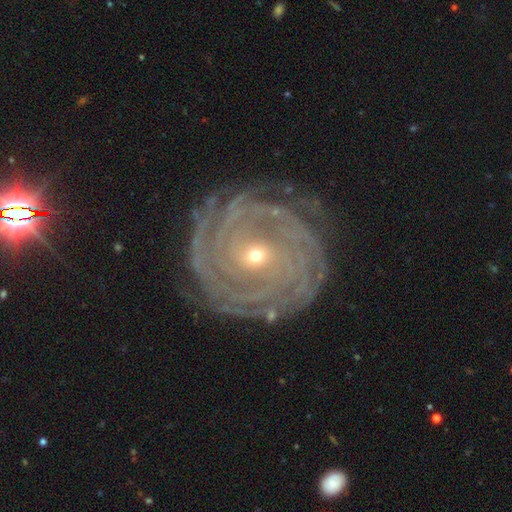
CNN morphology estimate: Overall: featured or disk (89%). Edge-on disk: no (97%). Bar: no (59%; weak 27%). Spiral arms: yes (98%). Spiral arm count: more than 4 (23%; can't tell 22%). Spiral winding: tight (88%). Bulge size: small (67%; moderate 31%). Merging: none (82%).